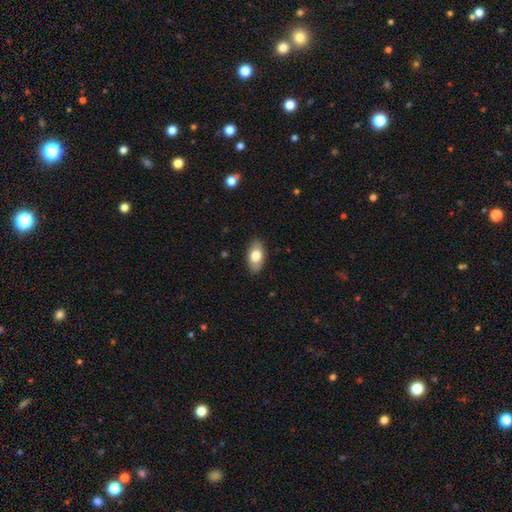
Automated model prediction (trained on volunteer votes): smooth 76%, featured or disk 18%, star or artifact 7%. Down the decision tree: how rounded — in between (92%); merging — none (87%).